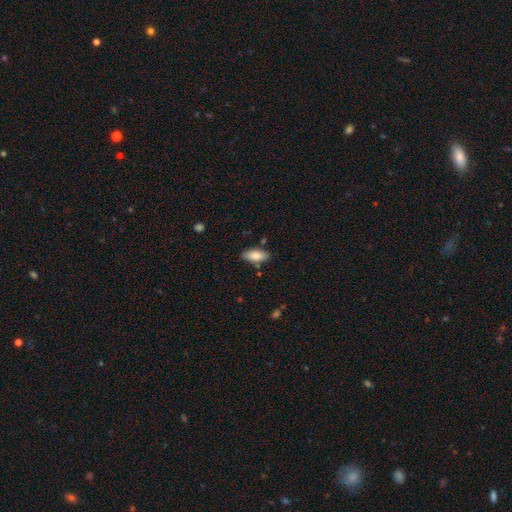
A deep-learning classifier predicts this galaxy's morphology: A smooth galaxy with no disk features (82%) that is in between round and cigar-shaped (87%). Merging: none (80%).